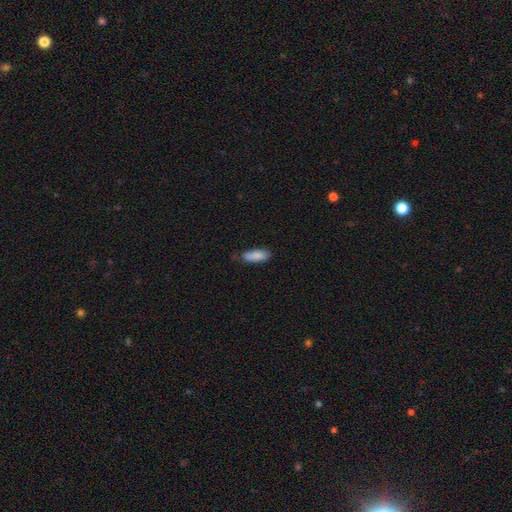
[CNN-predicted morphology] type=smooth (86%); roundness=in between (74%); merging=none (66%).